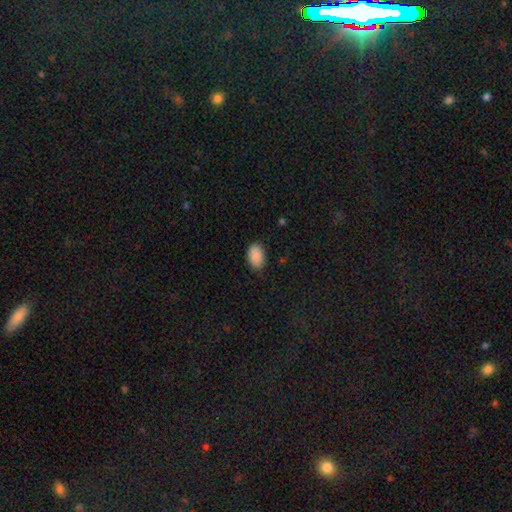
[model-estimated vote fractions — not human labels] A smooth galaxy with no disk features (90%) that is in between round and cigar-shaped (90%).

Vote fractions:
- Smooth or featured? smooth: 90% / star or artifact: 7% / featured or disk: 3%
- How rounded? in between: 90% / round: 8% / cigar-shaped: 1%
- Merging? none: 80% / minor disturbance: 16% / major disturbance: 3% / merger: 1%